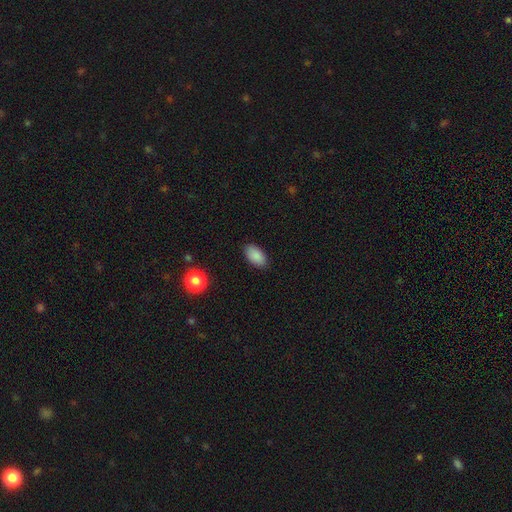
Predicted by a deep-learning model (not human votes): smooth_or_featured: smooth (p=0.88) [alt: star or artifact p=0.08]
how_rounded: in between (p=0.93) [alt: round p=0.04]
merging: none (p=0.87) [alt: minor disturbance p=0.10]